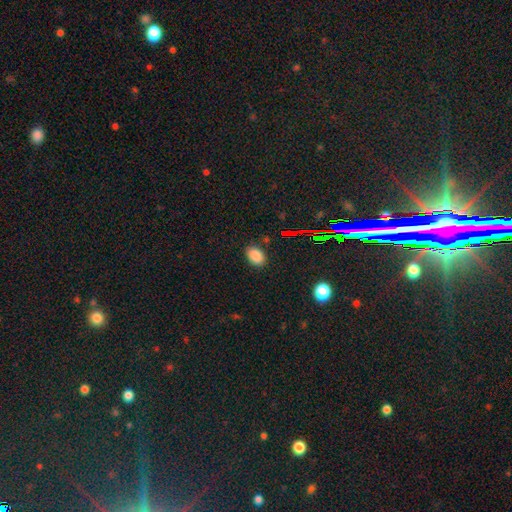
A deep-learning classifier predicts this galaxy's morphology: The model was most divided on "how rounded": in between: 80%, round: 18%, cigar-shaped: 1%. More confident: merging — none (85%); smooth or featured — smooth (84%).